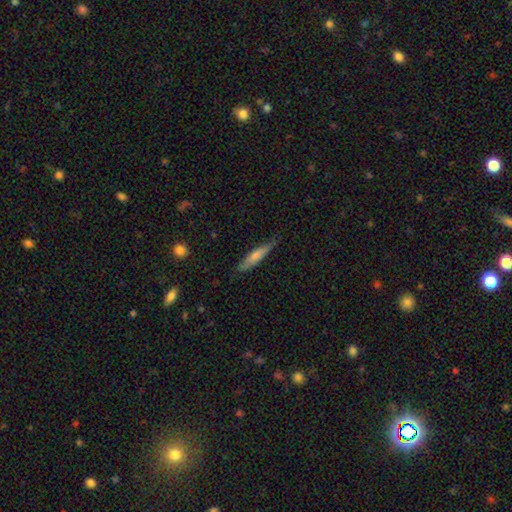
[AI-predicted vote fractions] A smooth galaxy with no disk features (73%) that is cigar-shaped (85%). Merging: none (77%).